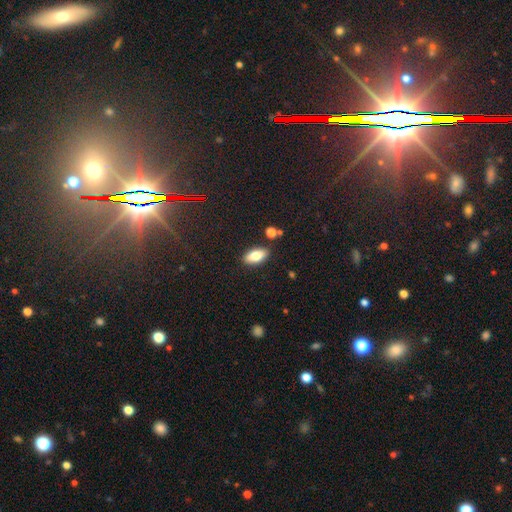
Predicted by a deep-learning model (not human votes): This is likely a smooth galaxy (79%). How rounded: clearly in between (89%). Merging: clearly none (85%).